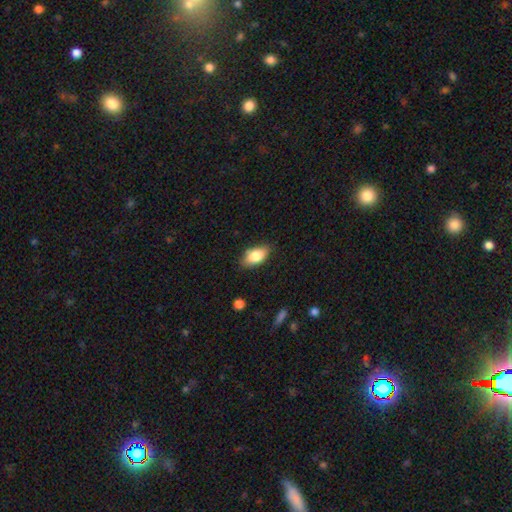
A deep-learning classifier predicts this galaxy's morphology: Smooth or featured: smooth — 81% (featured or disk — 12%)
How rounded: in between — 90% (round — 6%)
Merging: none — 80% (minor disturbance — 15%)